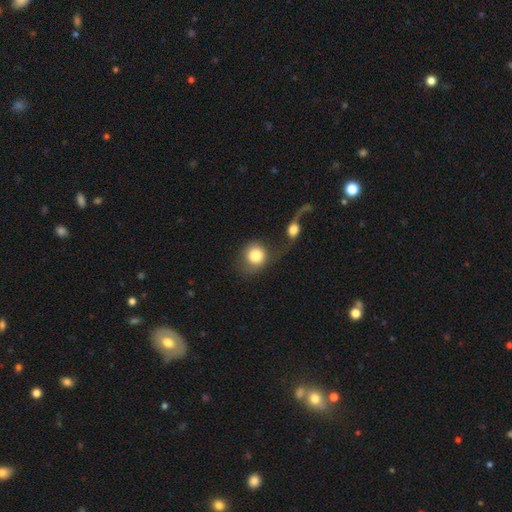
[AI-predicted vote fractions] The model was most divided on "merging": merger: 36%, none: 33%, major disturbance: 18%, minor disturbance: 13%. More confident: smooth or featured — smooth (82%); how rounded — round (82%).